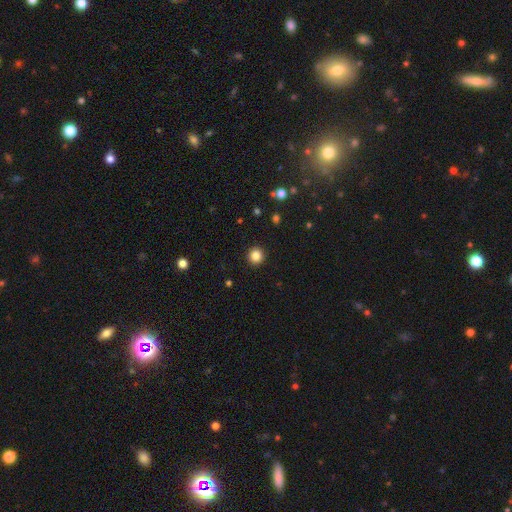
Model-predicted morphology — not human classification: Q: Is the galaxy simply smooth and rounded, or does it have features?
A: smooth — 85%.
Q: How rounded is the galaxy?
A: round — 94%.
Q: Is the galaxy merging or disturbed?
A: none — 93%.